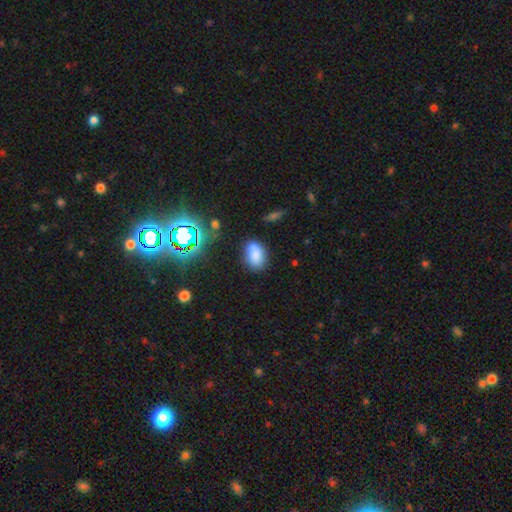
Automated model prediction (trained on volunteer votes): smooth 75%, star or artifact 15%, featured or disk 10%. Down the decision tree: how rounded — in between (79%); merging — none (60%).